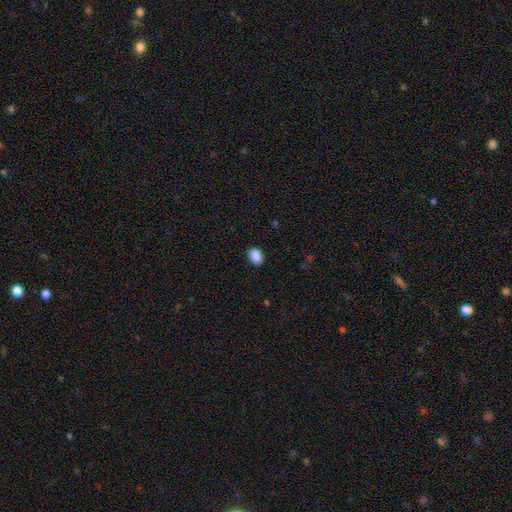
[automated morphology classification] A smooth galaxy with no disk features (90%) that is in between round and cigar-shaped (79%). Merging: none (89%).